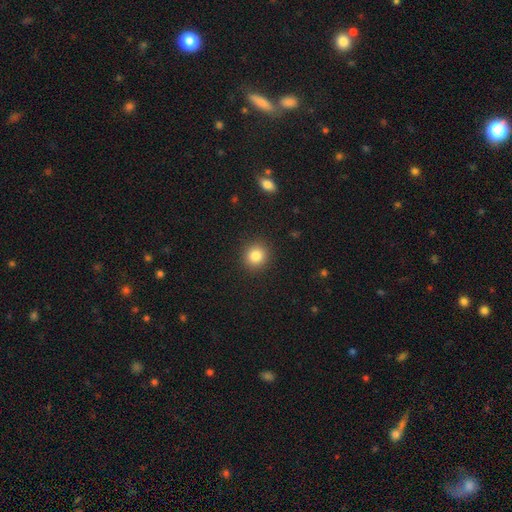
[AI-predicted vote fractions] This appears to be a smooth galaxy with no disk features (84%) that is round (90%). Merging: none (91%).